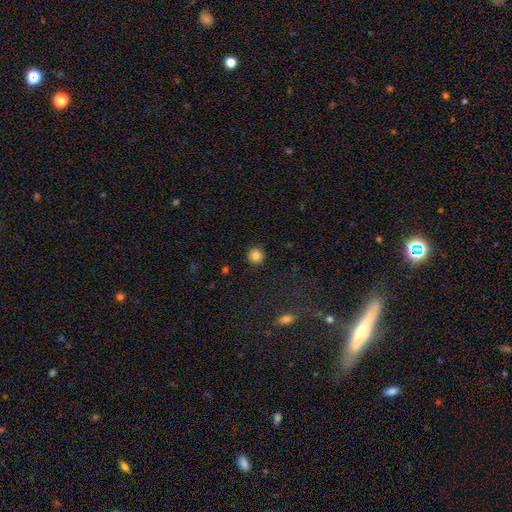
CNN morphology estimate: Smooth or featured? smooth (85%)
How rounded? round (95%)
Merging? none (93%)